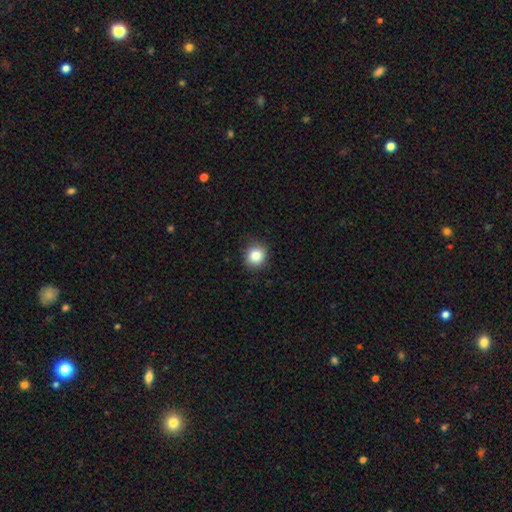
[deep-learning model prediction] smooth_or_featured: smooth (p=0.83) [alt: star or artifact p=0.10]
how_rounded: round (p=0.86) [alt: in between p=0.13]
merging: none (p=0.88) [alt: minor disturbance p=0.09]